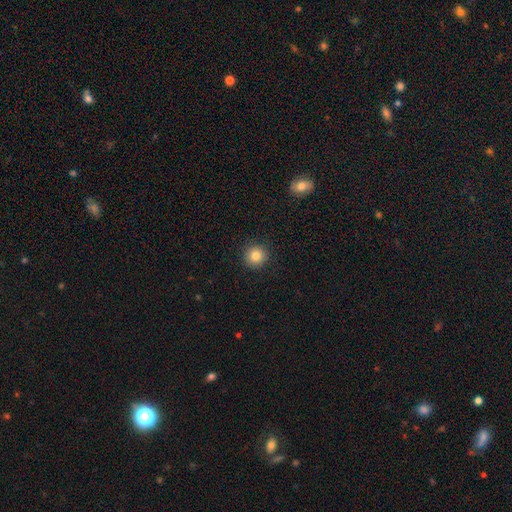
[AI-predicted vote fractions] Smooth or featured? Predicted: smooth (p=0.83). How rounded? Predicted: round (p=0.93). Merging? Predicted: none (p=0.92).